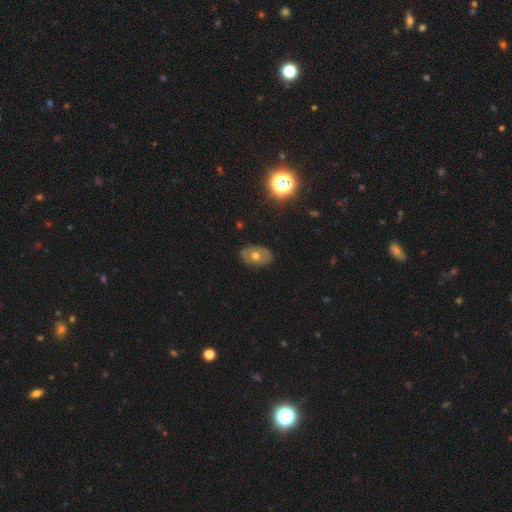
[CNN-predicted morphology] smooth-or-featured: featured or disk: 46% | smooth: 43% | star or artifact: 12%
  merging: none: 81% | minor disturbance: 14% | major disturbance: 3% | merger: 1%